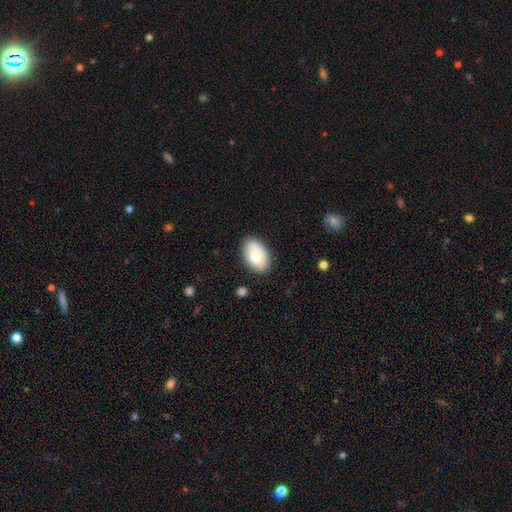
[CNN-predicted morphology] Overall: smooth (72%). How rounded: in between (91%). Merging: none (78%).